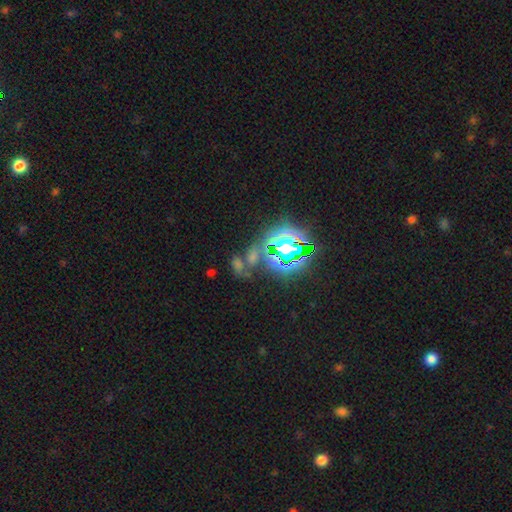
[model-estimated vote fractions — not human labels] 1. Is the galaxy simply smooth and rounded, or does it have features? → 64% star or artifact, 22% smooth, 14% featured or disk.